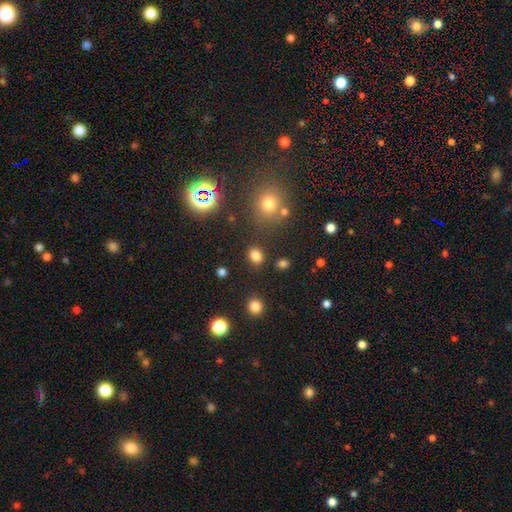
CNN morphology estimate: This is likely a smooth galaxy (79%). How rounded: possibly round (50%). Merging: clearly none (83%).